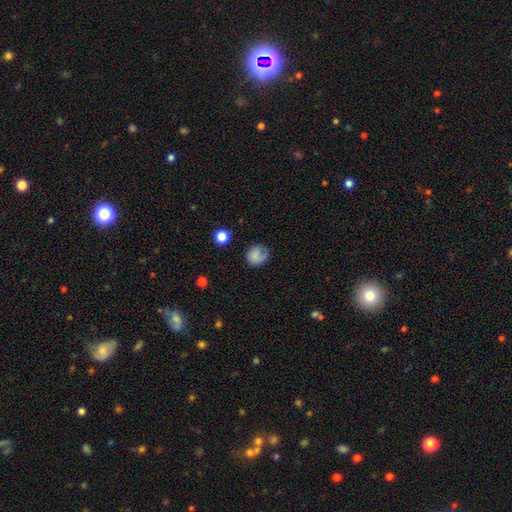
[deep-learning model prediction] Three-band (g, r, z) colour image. It shows a smooth galaxy with no disk features (70%) that is round (74%). Merging: none (57%).